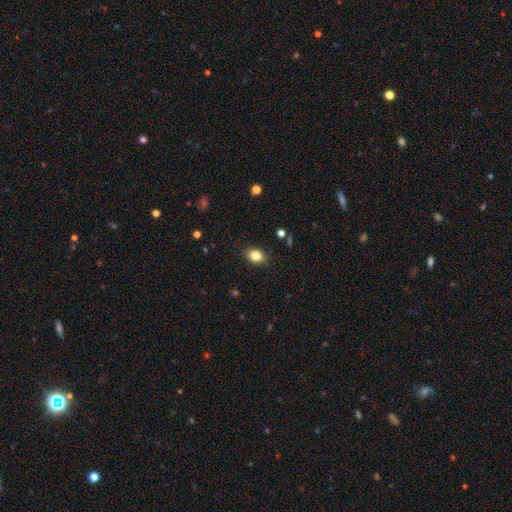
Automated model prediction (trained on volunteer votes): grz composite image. It shows a smooth galaxy with no disk features (83%) that is in between round and cigar-shaped (67%). Merging: none (87%).